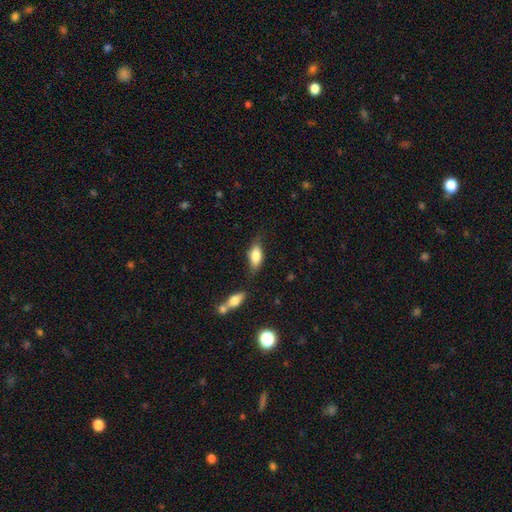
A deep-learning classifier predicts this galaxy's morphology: Smooth or featured?
  - smooth: 74% *
  - featured or disk: 19%
  - star or artifact: 7%
How rounded?
  - in between: 80% *
  - cigar-shaped: 16%
  - round: 4%
Merging?
  - none: 66% *
  - minor disturbance: 21%
  - merger: 7%
  - major disturbance: 6%